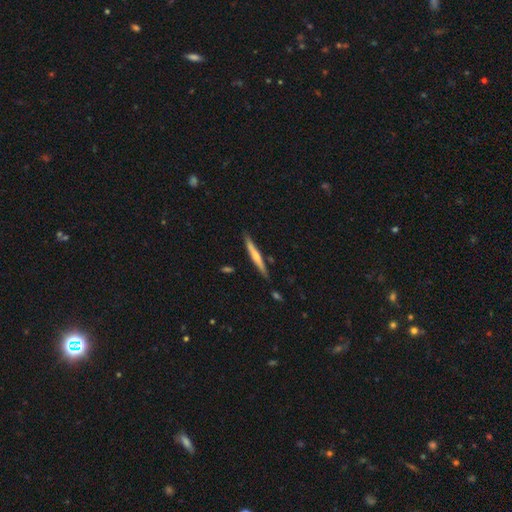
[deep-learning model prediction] Morphology: type=featured or disk (50%); merging=none (85%).